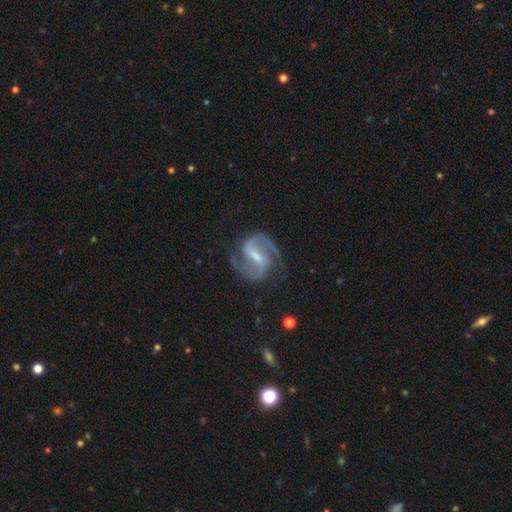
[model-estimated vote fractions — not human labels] Overall: featured or disk (92%). Edge-on disk: no (98%). Bar: strong (56%; weak 36%). Spiral arms: yes (98%). Spiral arm count: 2 (93%). Spiral winding: medium (63%). Bulge size: small (51%; moderate 35%). Merging: none (80%).